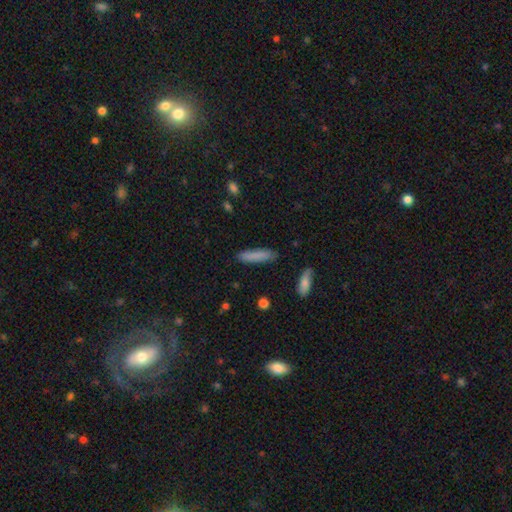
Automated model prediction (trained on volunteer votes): The model was most divided on "how rounded": cigar-shaped: 82%, in between: 17%, round: 1%. More confident: merging — none (85%); smooth or featured — smooth (83%).